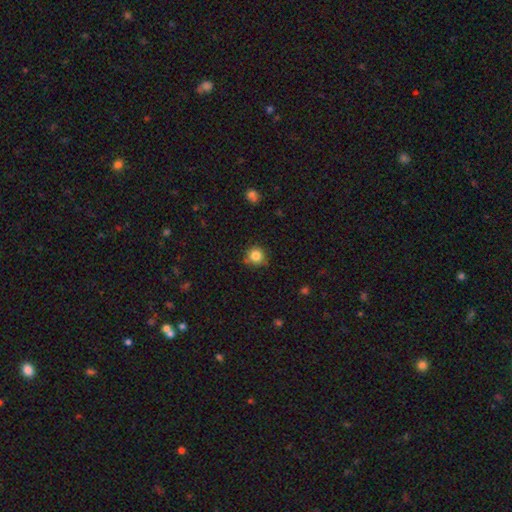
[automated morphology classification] A smooth galaxy with no disk features (83%) that is round (92%). Merging: none (80%).